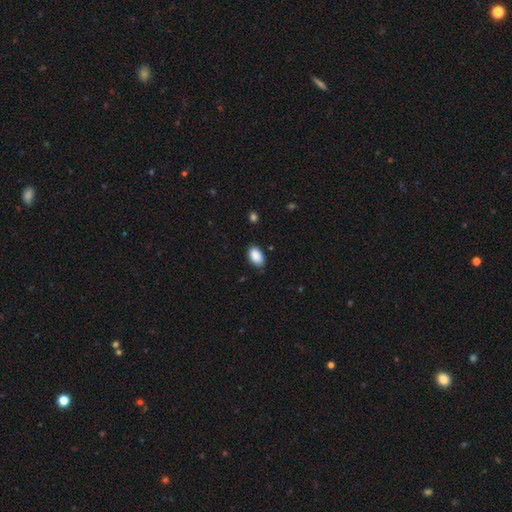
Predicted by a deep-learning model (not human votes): Smooth or featured? smooth (89%)
How rounded? in between (93%)
Merging? none (75%)